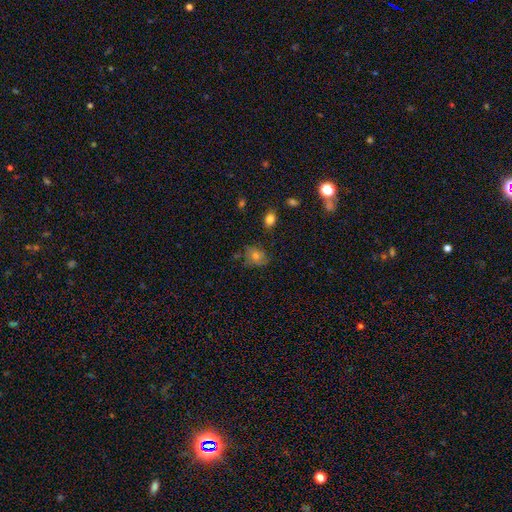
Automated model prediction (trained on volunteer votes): A smooth galaxy with no disk features (51%) that is round (58%). Merging: none (69%).